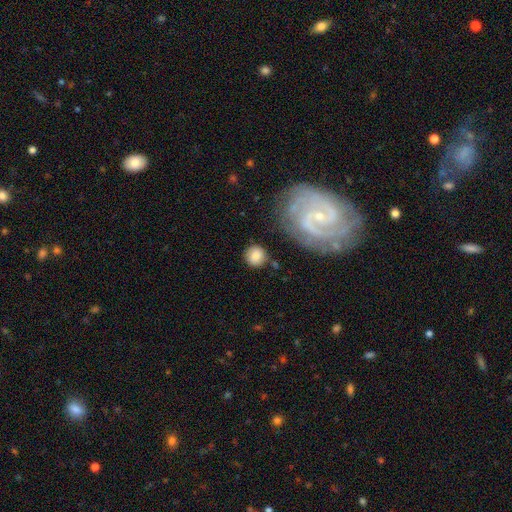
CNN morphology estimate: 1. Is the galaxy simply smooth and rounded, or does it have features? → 76% smooth, 16% featured or disk, 8% star or artifact.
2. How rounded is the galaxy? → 88% round, 11% in between, 1% cigar-shaped.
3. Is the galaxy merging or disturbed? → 76% none, 13% minor disturbance, 6% merger, 5% major disturbance.